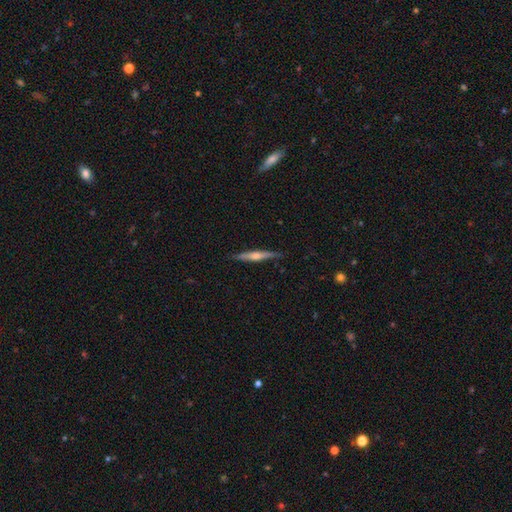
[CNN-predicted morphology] smooth-or-featured: featured or disk: 70% | smooth: 24% | star or artifact: 6%
  disk-edge-on: yes: 97% | no: 3%
    edge-on-bulge: rounded: 83% | none: 9% | boxy: 8%
  merging: none: 88% | minor disturbance: 9% | major disturbance: 2% | merger: 1%